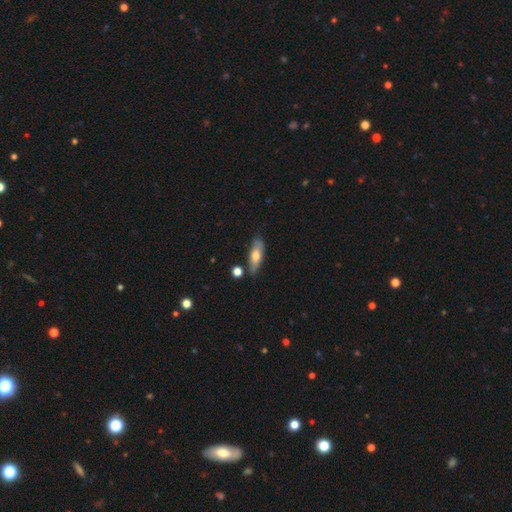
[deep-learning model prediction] A smooth galaxy with no disk features (61%) that is in between round and cigar-shaped (63%). Merging: none (69%).